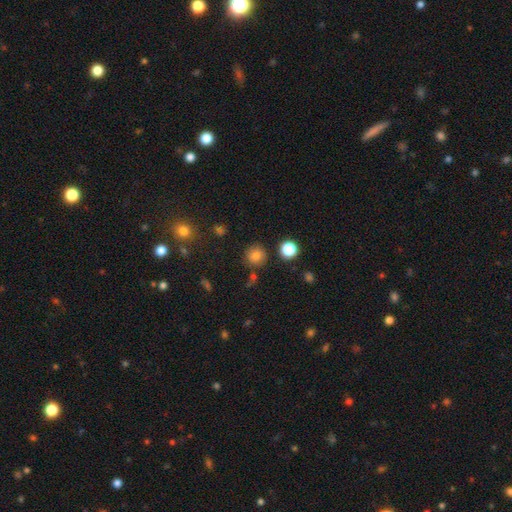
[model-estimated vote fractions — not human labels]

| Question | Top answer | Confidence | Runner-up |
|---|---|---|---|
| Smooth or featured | smooth | 80% | star or artifact (14%) |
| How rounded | round | 91% | in between (8%) |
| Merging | none | 82% | minor disturbance (9%) |